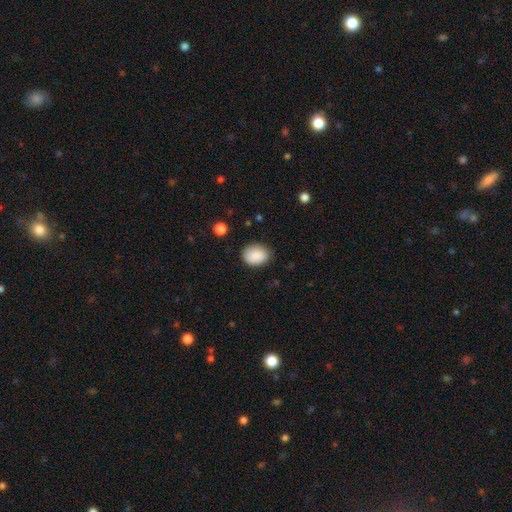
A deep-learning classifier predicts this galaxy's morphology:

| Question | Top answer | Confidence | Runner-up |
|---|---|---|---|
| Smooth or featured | smooth | 89% | star or artifact (8%) |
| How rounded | in between | 63% | round (37%) |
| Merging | none | 79% | minor disturbance (16%) |